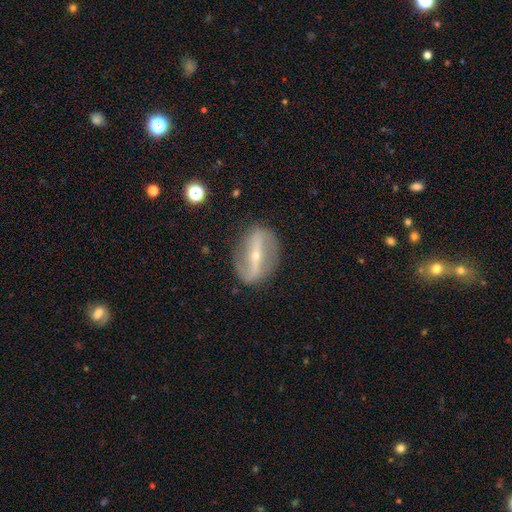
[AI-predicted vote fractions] This appears to be a featured or disk galaxy (84%) with a strong bar (74%), 2 (88%) loose (51%) spiral arms (75%) and a small central bulge (73%). Merging: none (83%).